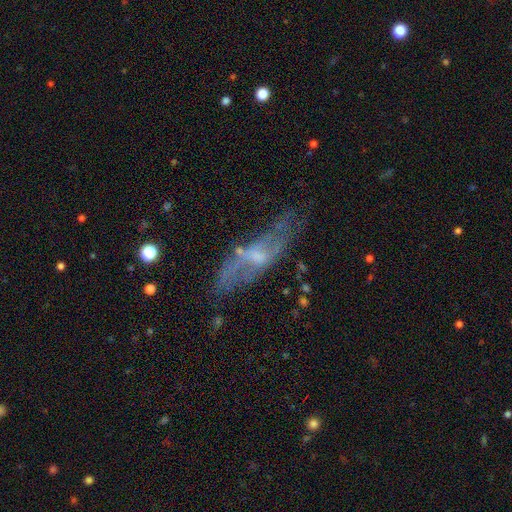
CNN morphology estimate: A featured or disk galaxy (63%).

Vote fractions:
- Smooth or featured? featured or disk: 63% / smooth: 25% / star or artifact: 12%
- Edge-on disk? no: 65% / yes: 35%
- Merging? none: 57% / minor disturbance: 22% / major disturbance: 15% / merger: 5%